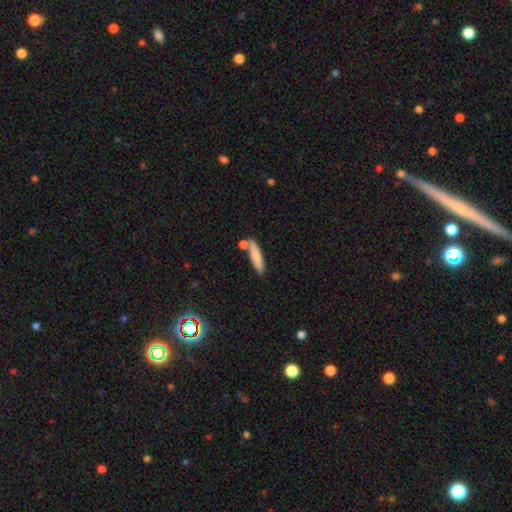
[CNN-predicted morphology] A smooth galaxy with no disk features (79%) that is cigar-shaped (83%). Merging: none (71%).